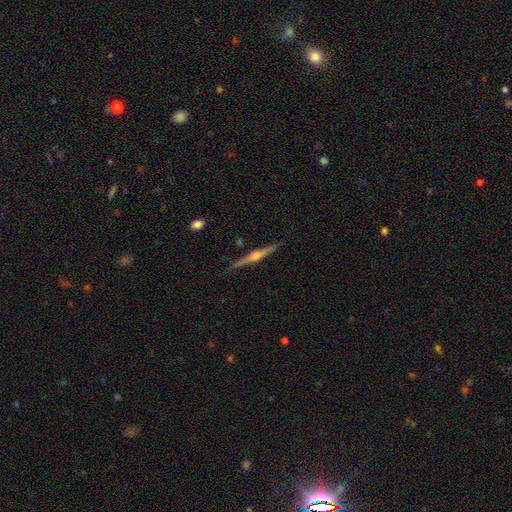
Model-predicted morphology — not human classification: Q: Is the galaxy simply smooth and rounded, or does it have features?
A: featured or disk — 81%.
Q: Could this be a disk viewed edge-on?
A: yes — 98%.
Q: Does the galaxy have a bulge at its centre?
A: rounded — 89%.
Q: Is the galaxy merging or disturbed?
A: none — 90%.